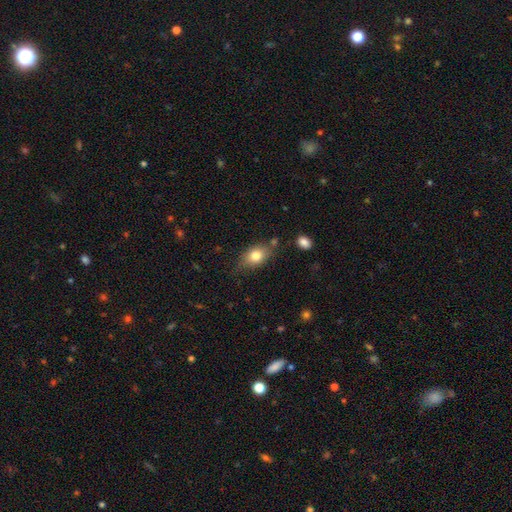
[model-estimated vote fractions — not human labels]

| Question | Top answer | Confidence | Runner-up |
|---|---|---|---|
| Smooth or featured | smooth | 79% | featured or disk (13%) |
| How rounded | in between | 78% | round (19%) |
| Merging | none | 67% | minor disturbance (22%) |